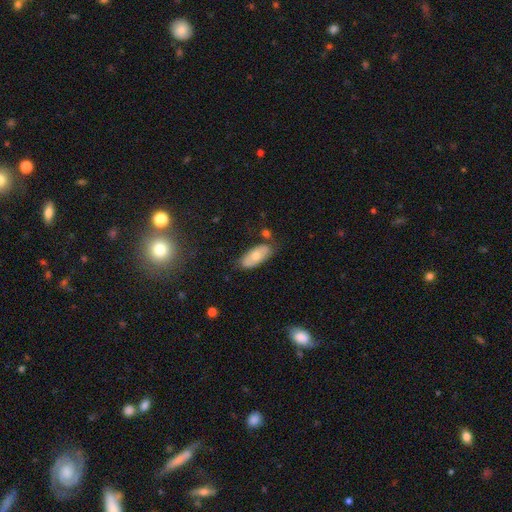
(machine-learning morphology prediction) smooth-or-featured: smooth: 64% | featured or disk: 29% | star or artifact: 6%
  how-rounded: in between: 88% | cigar-shaped: 10% | round: 3%
  merging: none: 74% | minor disturbance: 17% | merger: 5% | major disturbance: 4%